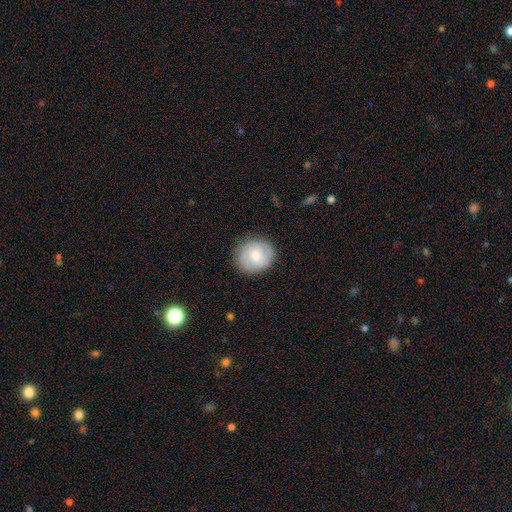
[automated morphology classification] Smooth or featured? smooth (58%)
How rounded? round (81%)
Merging? none (86%)